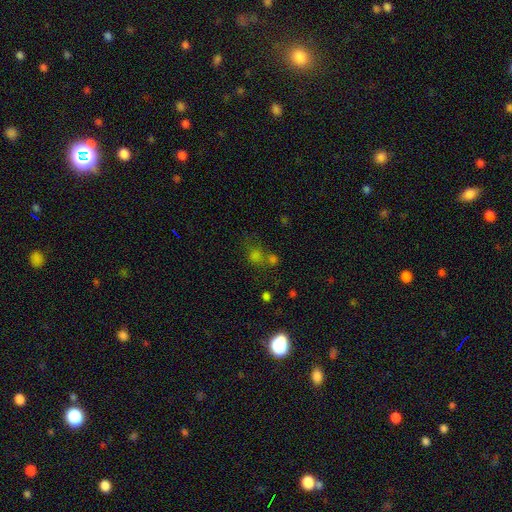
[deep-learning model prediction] Smooth or featured: smooth — 56% (star or artifact — 33%)
How rounded: round — 75% (in between — 23%)
Merging: none — 49% (merger — 31%)